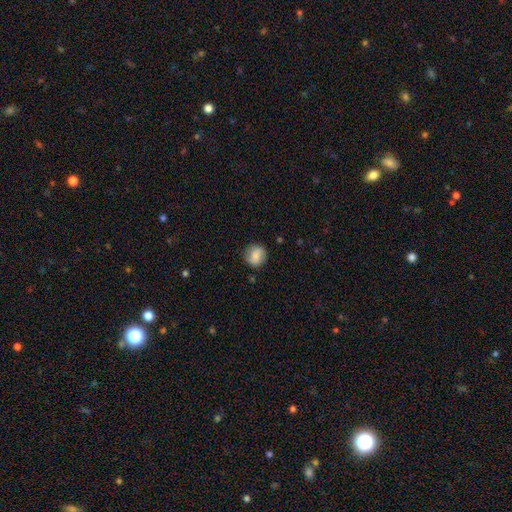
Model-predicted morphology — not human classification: This is likely a smooth galaxy (79%). How rounded: clearly round (81%). Merging: clearly none (82%).